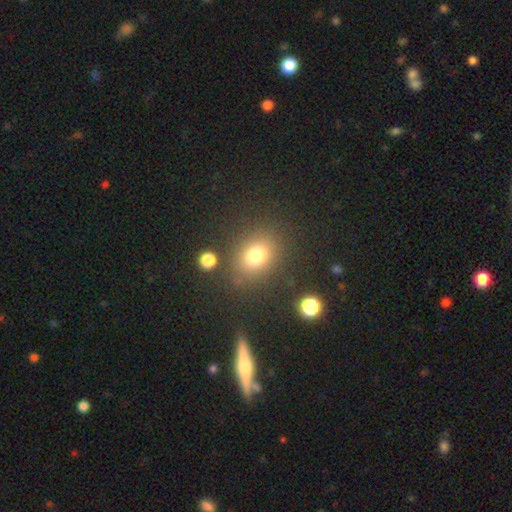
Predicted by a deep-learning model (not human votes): Smooth or featured? smooth (77%)
How rounded? in between (51%)
Merging? none (82%)